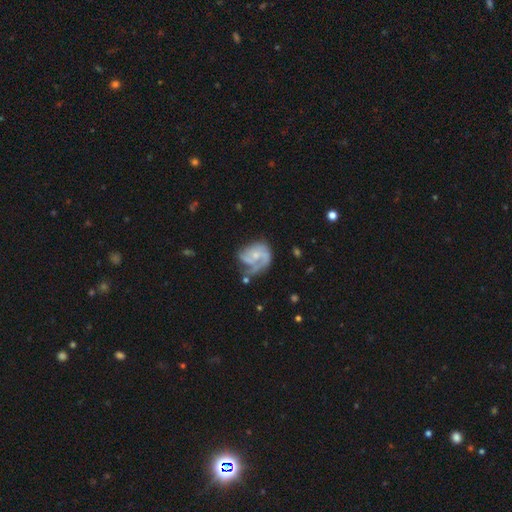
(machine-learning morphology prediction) Overall: featured or disk (76%). Edge-on disk: no (98%). Bar: no (70%). Spiral arms: yes (89%). Spiral arm count: 2 (30%; 3 23%). Spiral winding: medium (43%; tight 35%). Bulge size: small (58%; moderate 31%). Merging: none (40%; major disturbance 29%).